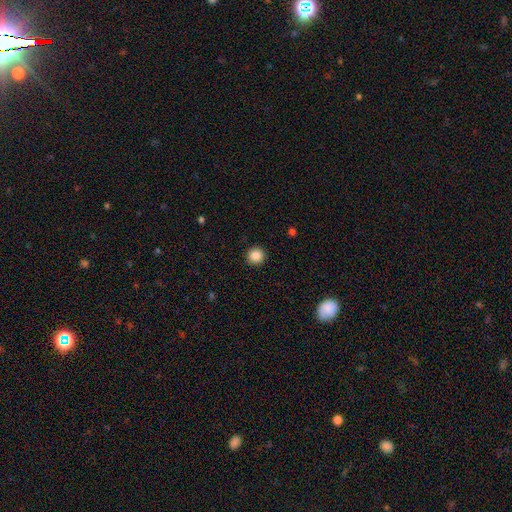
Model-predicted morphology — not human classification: smooth_or_featured: smooth (p=0.87) [alt: star or artifact p=0.10]
how_rounded: round (p=0.95) [alt: in between p=0.04]
merging: none (p=0.92) [alt: minor disturbance p=0.05]